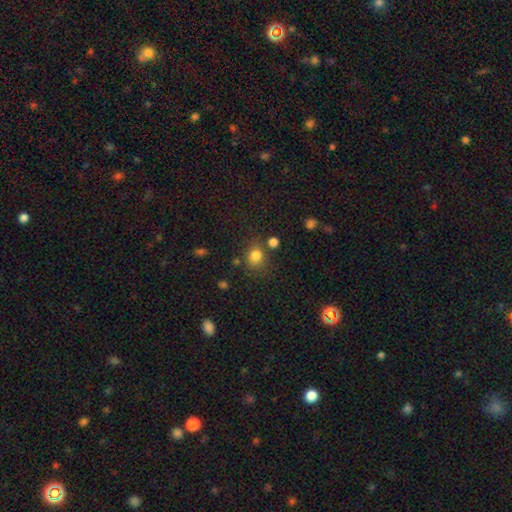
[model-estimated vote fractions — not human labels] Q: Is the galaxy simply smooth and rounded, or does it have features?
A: smooth — 80%.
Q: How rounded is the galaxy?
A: round — 70%.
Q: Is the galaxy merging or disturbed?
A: none — 69%.